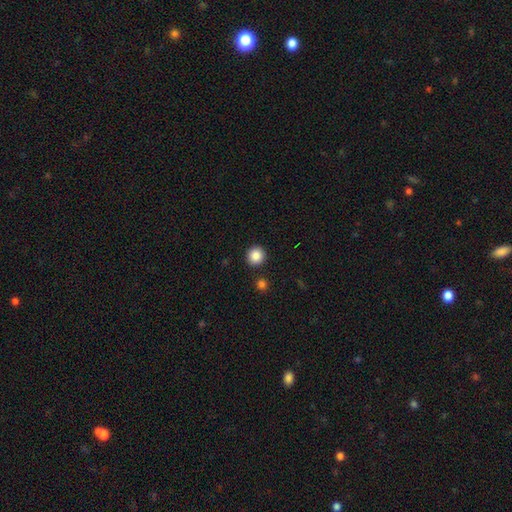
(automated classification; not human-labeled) This is clearly a smooth galaxy (87%). How rounded: clearly round (94%). Merging: clearly none (91%).